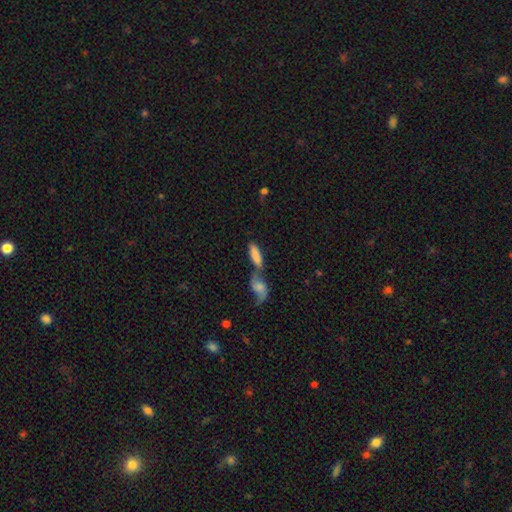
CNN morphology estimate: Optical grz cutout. It shows a smooth galaxy with no disk features (72%) that is in between round and cigar-shaped (54%). Merging: merger (64%).